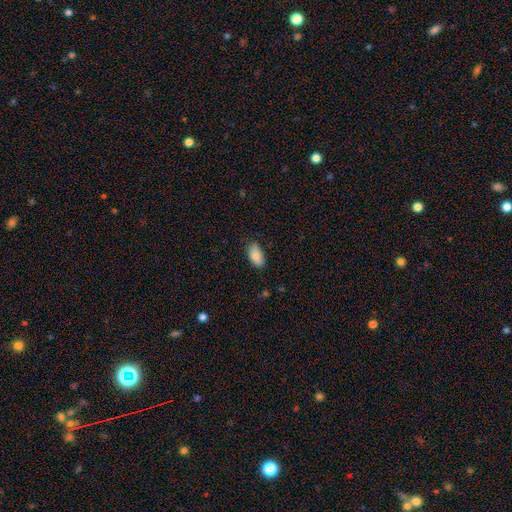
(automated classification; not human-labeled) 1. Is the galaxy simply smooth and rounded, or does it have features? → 85% smooth, 8% featured or disk, 7% star or artifact.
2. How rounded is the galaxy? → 94% in between, 3% round, 3% cigar-shaped.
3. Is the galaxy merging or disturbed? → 80% none, 17% minor disturbance, 3% major disturbance, 1% merger.